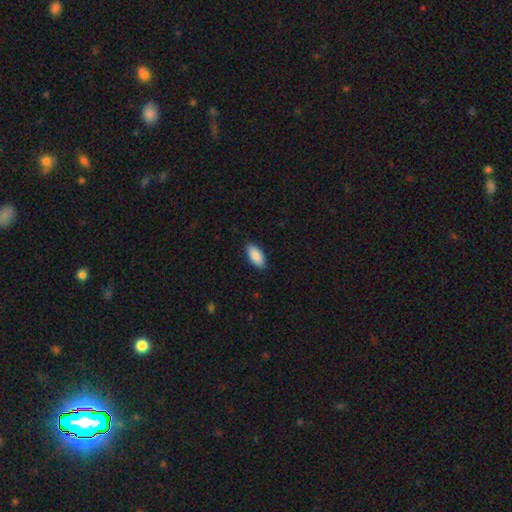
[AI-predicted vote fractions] smooth_or_featured: smooth (p=0.90) [alt: star or artifact p=0.06]
how_rounded: in between (p=0.91) [alt: cigar-shaped p=0.07]
merging: none (p=0.89) [alt: minor disturbance p=0.08]